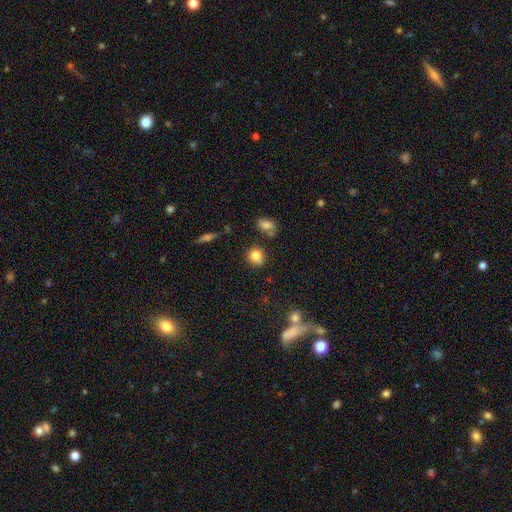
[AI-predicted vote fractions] Morphology: type=smooth (82%); roundness=round (74%); merging=none (76%).